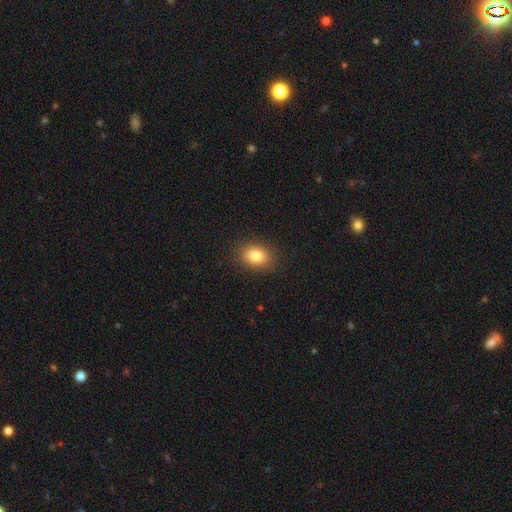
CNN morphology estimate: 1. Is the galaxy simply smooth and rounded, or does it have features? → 83% smooth, 10% star or artifact, 7% featured or disk.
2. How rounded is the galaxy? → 68% in between, 30% round, 1% cigar-shaped.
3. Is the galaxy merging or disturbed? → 88% none, 9% minor disturbance, 3% major disturbance, 1% merger.